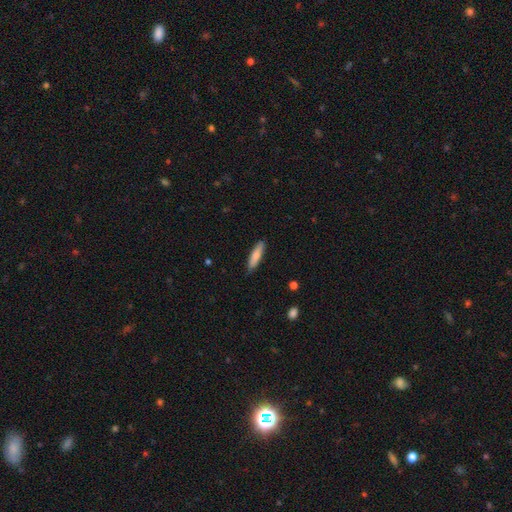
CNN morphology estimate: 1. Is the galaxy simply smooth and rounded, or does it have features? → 78% smooth, 16% featured or disk, 6% star or artifact.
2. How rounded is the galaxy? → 74% cigar-shaped, 25% in between, 1% round.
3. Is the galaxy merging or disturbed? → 87% none, 10% minor disturbance, 2% major disturbance, 1% merger.